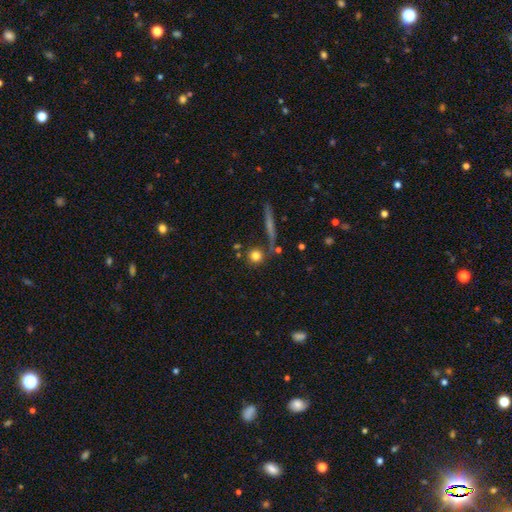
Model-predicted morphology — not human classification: Smooth or featured?
  - smooth: 77% *
  - featured or disk: 11%
  - star or artifact: 11%
How rounded?
  - round: 90% *
  - in between: 7%
  - cigar-shaped: 3%
Merging?
  - none: 73% *
  - merger: 12%
  - minor disturbance: 10%
  - major disturbance: 4%